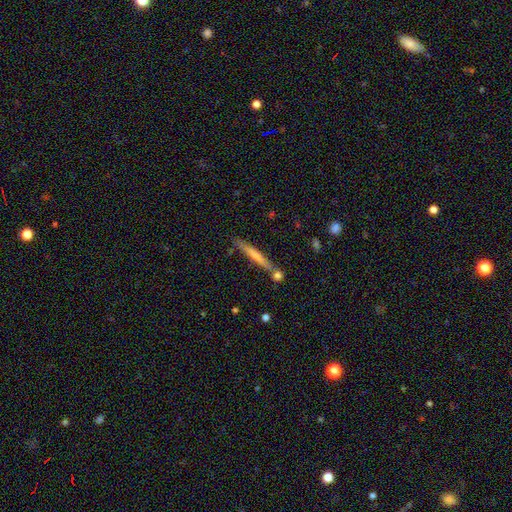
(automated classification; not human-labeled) Smooth or featured: smooth — 52% (featured or disk — 41%)
How rounded: cigar-shaped — 95% (in between — 4%)
Merging: none — 73% (minor disturbance — 14%)